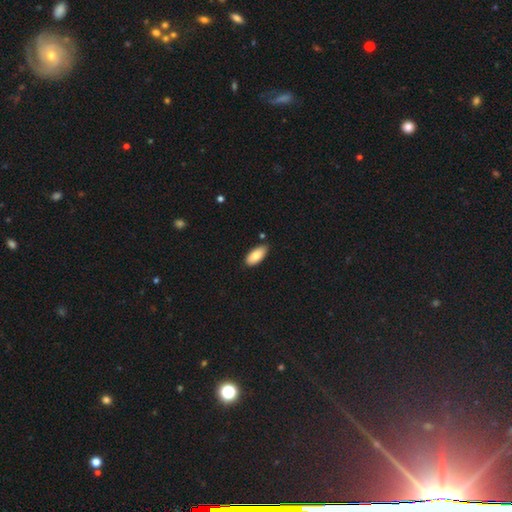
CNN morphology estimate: Smooth or featured: smooth — 83% (featured or disk — 10%)
How rounded: in between — 90% (cigar-shaped — 8%)
Merging: none — 82% (minor disturbance — 13%)